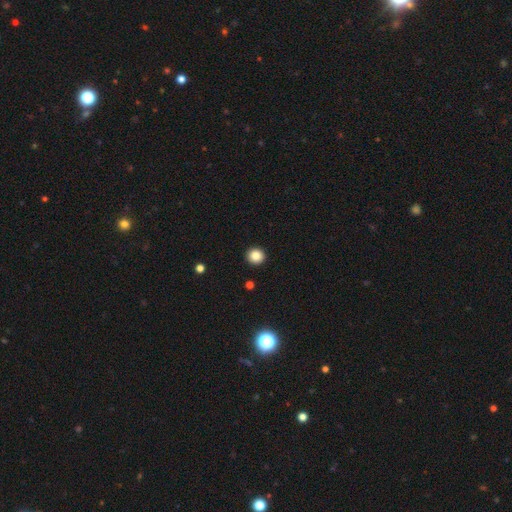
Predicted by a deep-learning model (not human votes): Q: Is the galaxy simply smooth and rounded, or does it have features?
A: smooth — 85%.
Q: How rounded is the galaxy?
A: round — 93%.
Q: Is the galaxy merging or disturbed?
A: none — 93%.